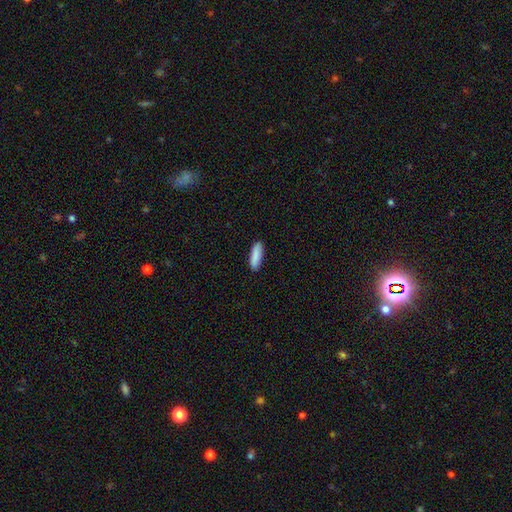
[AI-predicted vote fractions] smooth_or_featured: smooth (p=0.89) [alt: star or artifact p=0.06]
how_rounded: cigar-shaped (p=0.60) [alt: in between p=0.38]
merging: none (p=0.89) [alt: minor disturbance p=0.08]